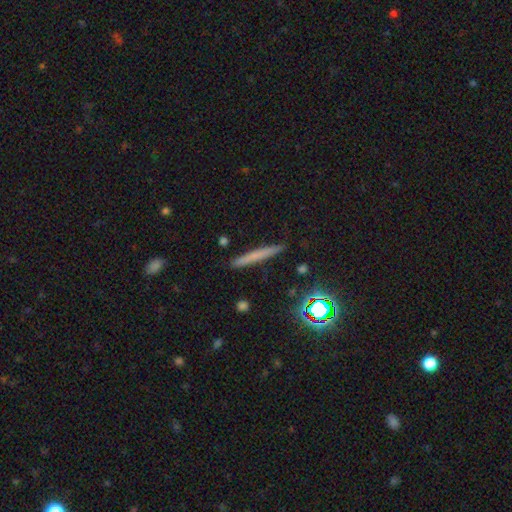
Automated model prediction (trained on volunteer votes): Q: Smooth or featured?
A: smooth (56%); runner-up: featured or disk (31%)
Q: How rounded?
A: cigar-shaped (94%); runner-up: in between (3%)
Q: Merging?
A: none (89%); runner-up: minor disturbance (8%)